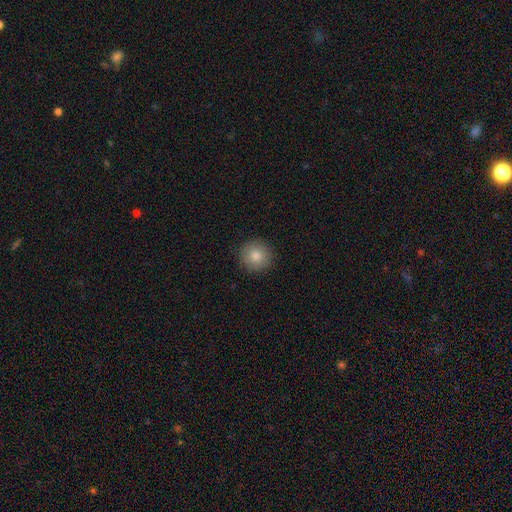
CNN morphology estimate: A smooth galaxy with no disk features (83%) that is round (94%).

Vote fractions:
- Smooth or featured? smooth: 83% / star or artifact: 10% / featured or disk: 7%
- How rounded? round: 94% / in between: 5% / cigar-shaped: 1%
- Merging? none: 92% / minor disturbance: 5% / major disturbance: 2% / merger: 1%